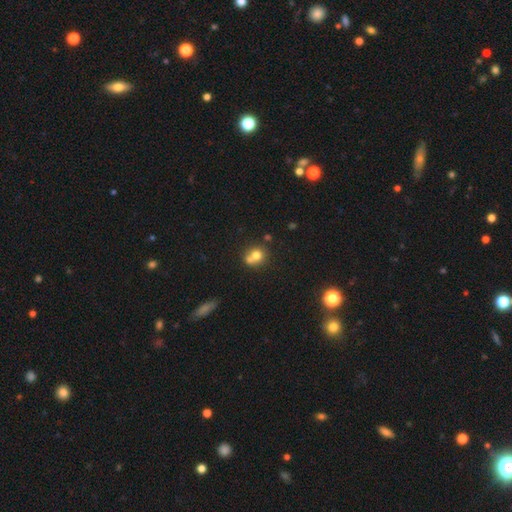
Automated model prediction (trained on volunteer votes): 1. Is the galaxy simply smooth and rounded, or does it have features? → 72% smooth, 16% featured or disk, 12% star or artifact.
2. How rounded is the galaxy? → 76% round, 23% in between, 1% cigar-shaped.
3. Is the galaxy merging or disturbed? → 44% merger, 41% none, 11% minor disturbance, 4% major disturbance.